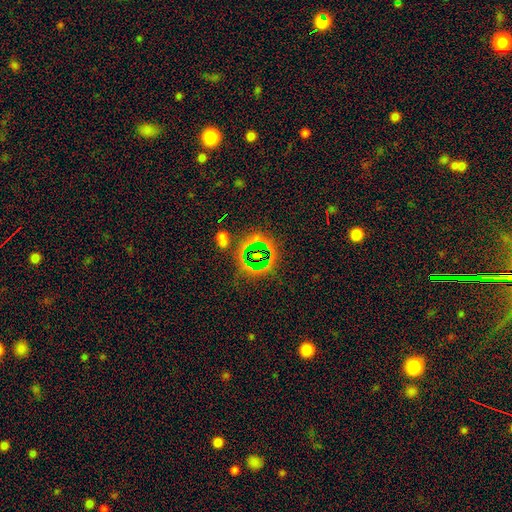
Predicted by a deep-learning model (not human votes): Overall: star or artifact (71%).